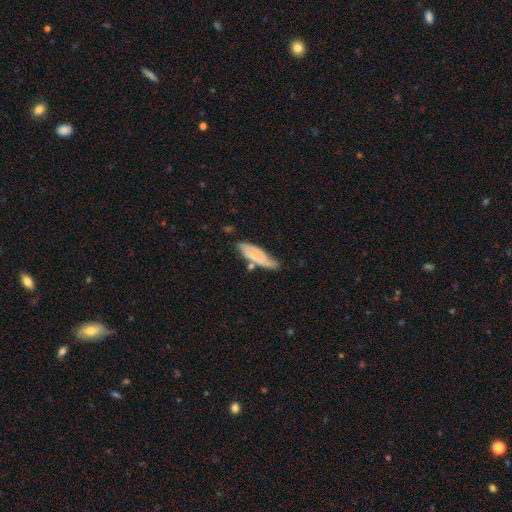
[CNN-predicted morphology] This appears to be a smooth galaxy with no disk features (63%) that is in between round and cigar-shaped (51%). Merging: none (51%).